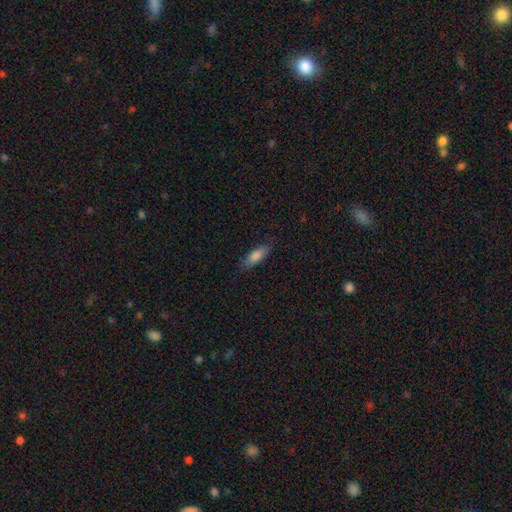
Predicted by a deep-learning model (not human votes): Smooth or featured? smooth (79%)
How rounded? cigar-shaped (49%, tied with in between)
Merging? none (83%)